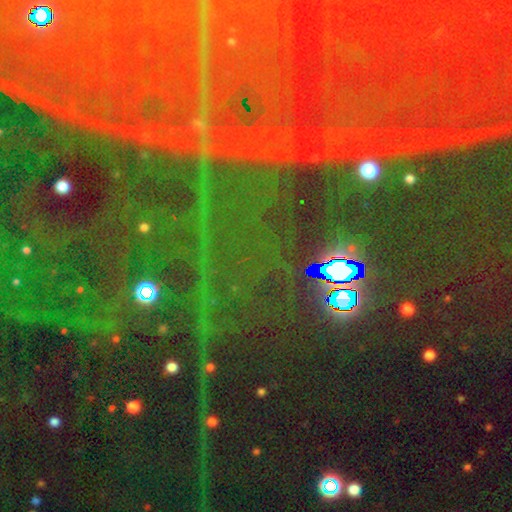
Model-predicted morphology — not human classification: Smooth or featured? Predicted: star or artifact (p=0.87).